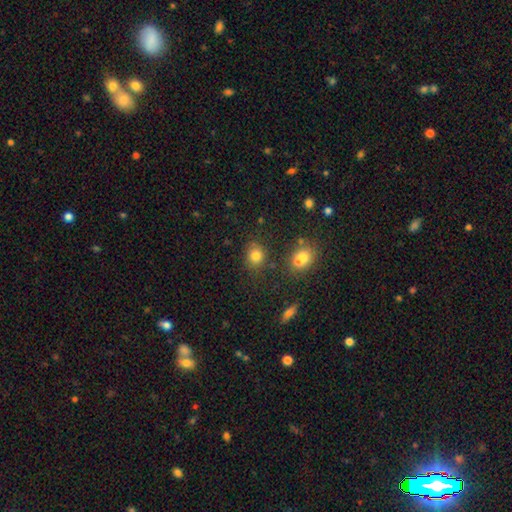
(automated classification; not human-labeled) Smooth or featured? Predicted: smooth (p=0.80). How rounded? Predicted: round (p=0.72). Merging? Predicted: none (p=0.78).